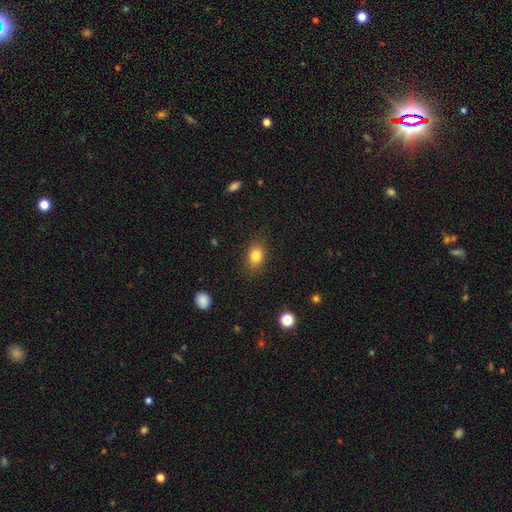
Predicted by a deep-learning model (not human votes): The model was most divided on "how rounded": in between: 68%, round: 31%, cigar-shaped: 2%. More confident: smooth or featured — smooth (82%); merging — none (82%).